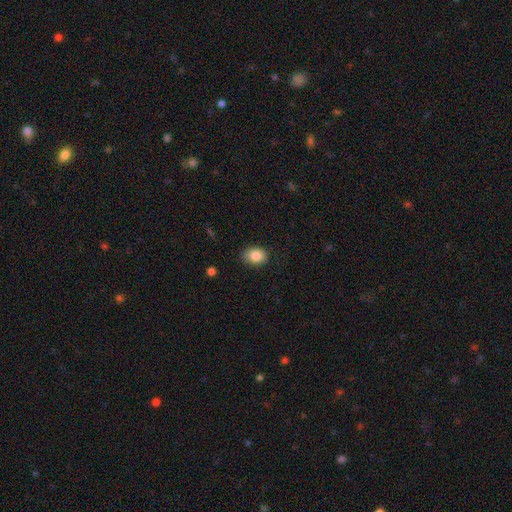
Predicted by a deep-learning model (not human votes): Smooth or featured: smooth — 86% (star or artifact — 8%)
How rounded: in between — 71% (round — 28%)
Merging: none — 81% (minor disturbance — 16%)